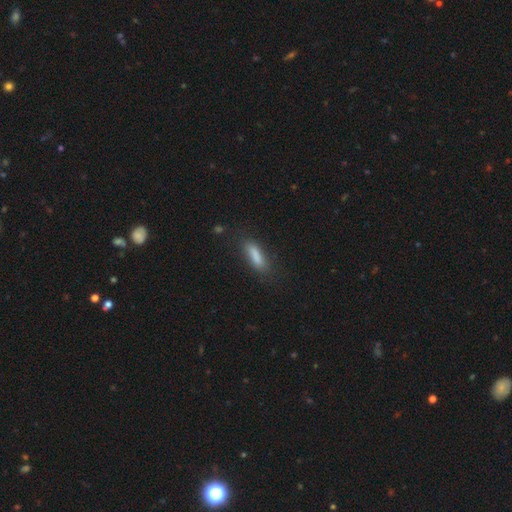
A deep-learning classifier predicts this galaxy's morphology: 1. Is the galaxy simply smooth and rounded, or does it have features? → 83% smooth, 9% featured or disk, 8% star or artifact.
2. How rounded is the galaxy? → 54% cigar-shaped, 43% in between, 2% round.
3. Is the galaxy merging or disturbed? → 73% none, 18% minor disturbance, 6% major disturbance, 2% merger.